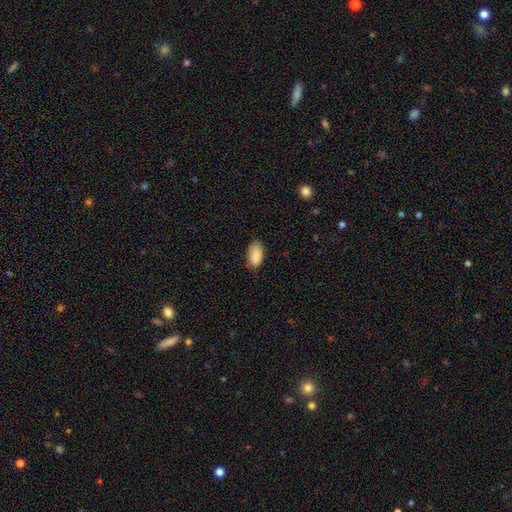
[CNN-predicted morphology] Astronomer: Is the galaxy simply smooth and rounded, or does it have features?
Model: smooth — 88%.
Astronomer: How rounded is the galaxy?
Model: in between — 94%.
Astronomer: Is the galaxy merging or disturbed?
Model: none — 74%.